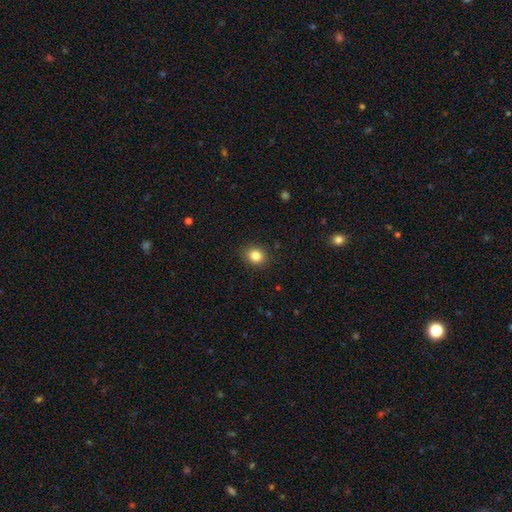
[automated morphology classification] This is clearly a smooth galaxy (84%). How rounded: likely round (71%). Merging: clearly none (88%).